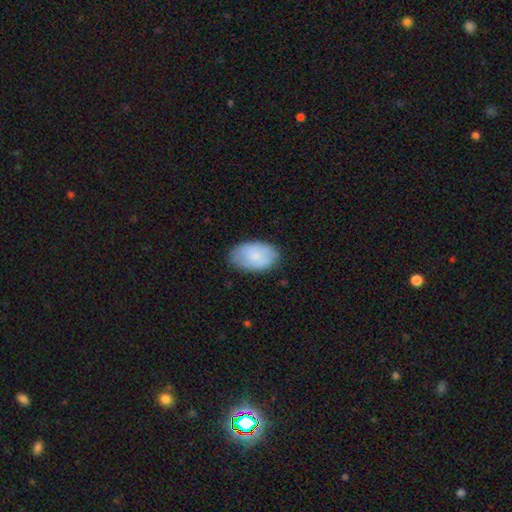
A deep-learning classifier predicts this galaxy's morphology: Q: Smooth or featured?
A: smooth (76%); runner-up: featured or disk (18%)
Q: How rounded?
A: in between (92%); runner-up: round (7%)
Q: Merging?
A: none (78%); runner-up: minor disturbance (17%)